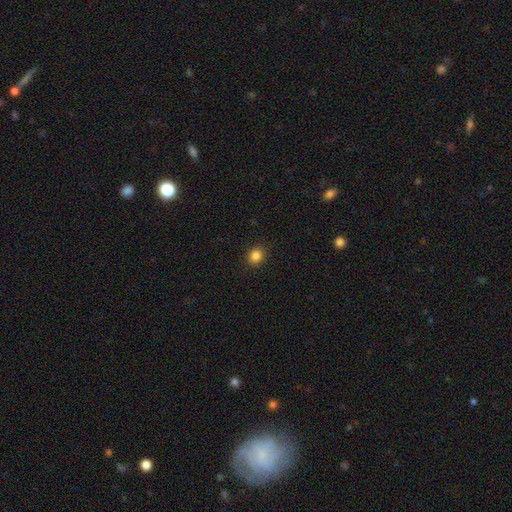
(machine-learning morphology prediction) Q: Smooth or featured?
A: smooth (85%); runner-up: star or artifact (11%)
Q: How rounded?
A: round (76%); runner-up: in between (23%)
Q: Merging?
A: none (90%); runner-up: minor disturbance (7%)